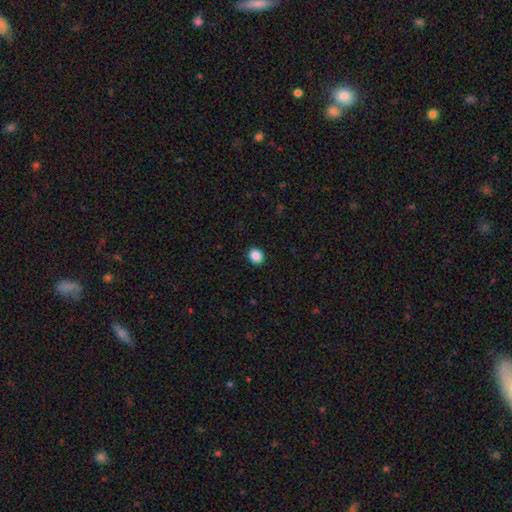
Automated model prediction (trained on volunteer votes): smooth_or_featured: smooth (p=0.88) [alt: star or artifact p=0.09]
how_rounded: round (p=0.67) [alt: in between p=0.32]
merging: none (p=0.92) [alt: minor disturbance p=0.06]